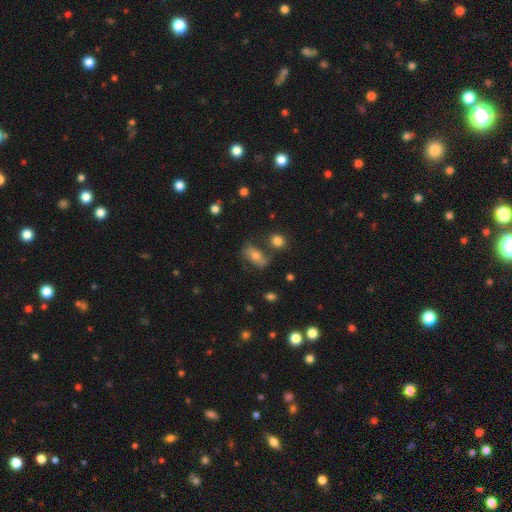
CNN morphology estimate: Overall: smooth (56%; featured or disk 33%). How rounded: in between (79%). Merging: none (61%).